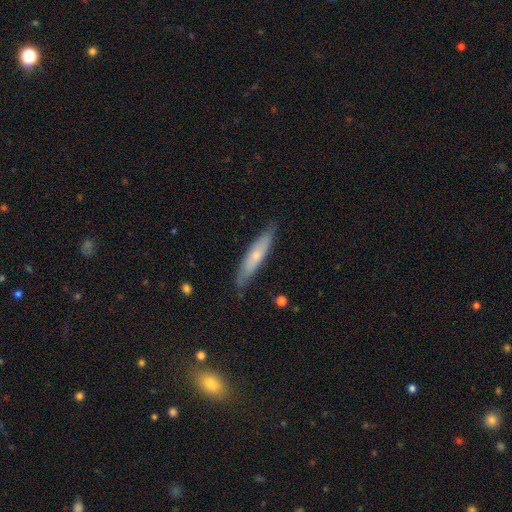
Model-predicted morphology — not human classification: smooth 58%, featured or disk 37%, star or artifact 6%. Down the decision tree: how rounded — cigar-shaped (85%); merging — none (80%).